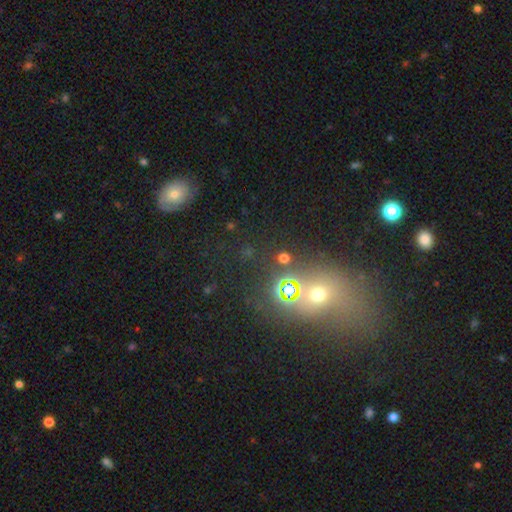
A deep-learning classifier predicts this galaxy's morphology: type=smooth (46%); merging=merger (50%).